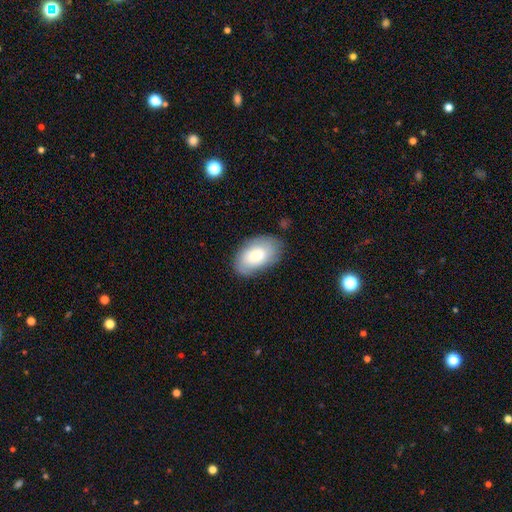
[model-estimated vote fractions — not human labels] smooth-or-featured: smooth: 66% | featured or disk: 27% | star or artifact: 7%
  how-rounded: in between: 92% | round: 7% | cigar-shaped: 1%
  merging: none: 78% | minor disturbance: 16% | major disturbance: 5% | merger: 1%